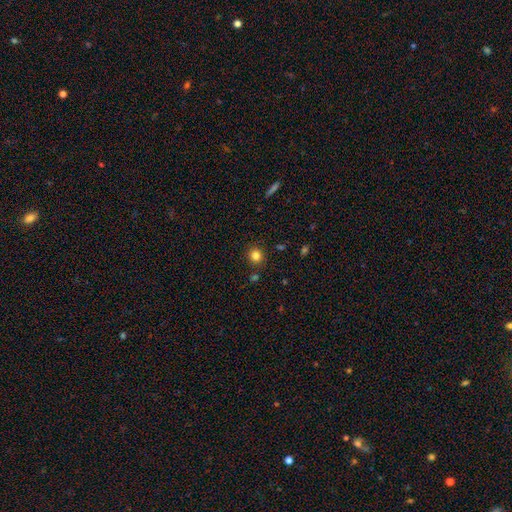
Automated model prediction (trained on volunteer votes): A smooth galaxy with no disk features (82%) that is round (90%).

Vote fractions:
- Smooth or featured? smooth: 82% / star or artifact: 13% / featured or disk: 6%
- How rounded? round: 90% / in between: 9% / cigar-shaped: 1%
- Merging? none: 87% / minor disturbance: 7% / merger: 3% / major disturbance: 2%